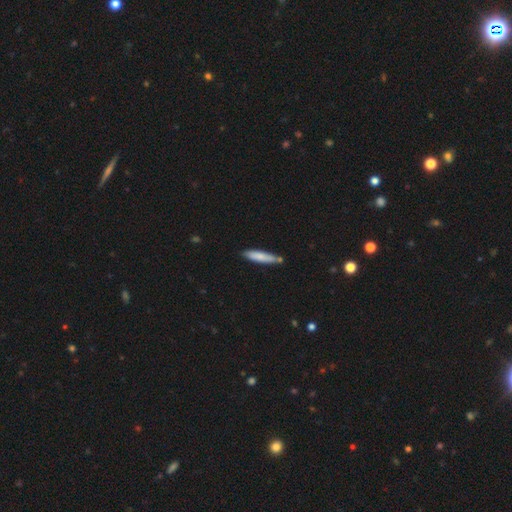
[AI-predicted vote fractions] Smooth or featured: smooth — 75% (featured or disk — 18%)
How rounded: cigar-shaped — 83% (in between — 15%)
Merging: none — 77% (minor disturbance — 16%)